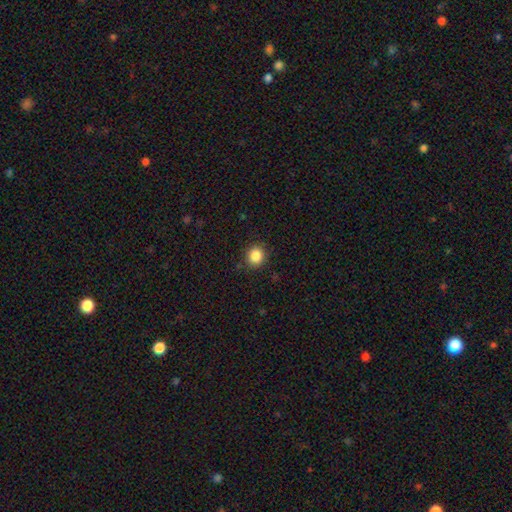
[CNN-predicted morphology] The model was most divided on "how rounded": round: 85%, in between: 15%, cigar-shaped: 1%. More confident: merging — none (88%); smooth or featured — smooth (86%).